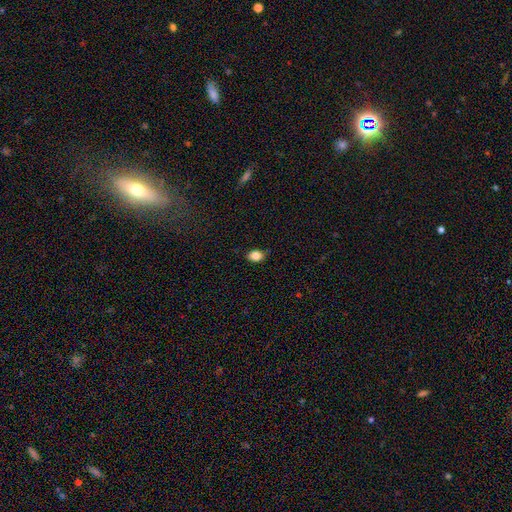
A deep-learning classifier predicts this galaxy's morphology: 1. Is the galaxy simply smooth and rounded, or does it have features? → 85% smooth, 10% star or artifact, 6% featured or disk.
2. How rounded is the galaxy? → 70% in between, 28% round, 1% cigar-shaped.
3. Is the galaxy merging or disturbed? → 80% none, 16% minor disturbance, 3% major disturbance, 1% merger.